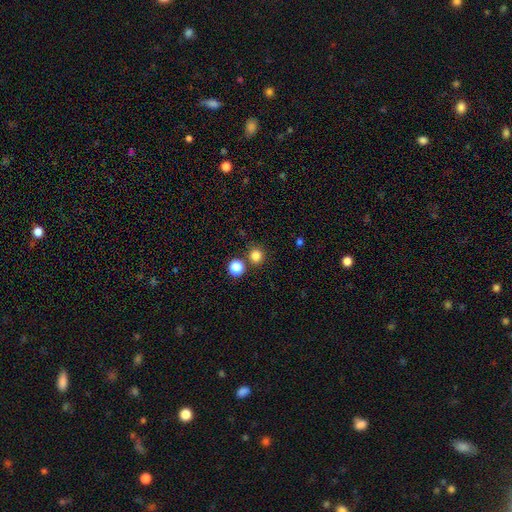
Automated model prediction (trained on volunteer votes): smooth_or_featured: smooth (p=0.82) [alt: star or artifact p=0.14]
how_rounded: round (p=0.92) [alt: in between p=0.07]
merging: none (p=0.81) [alt: merger p=0.11]